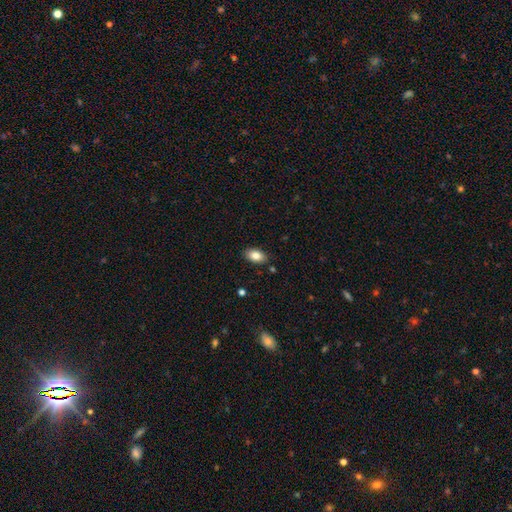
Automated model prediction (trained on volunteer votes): This is clearly a smooth galaxy (84%). How rounded: clearly in between (91%). Merging: clearly none (86%).